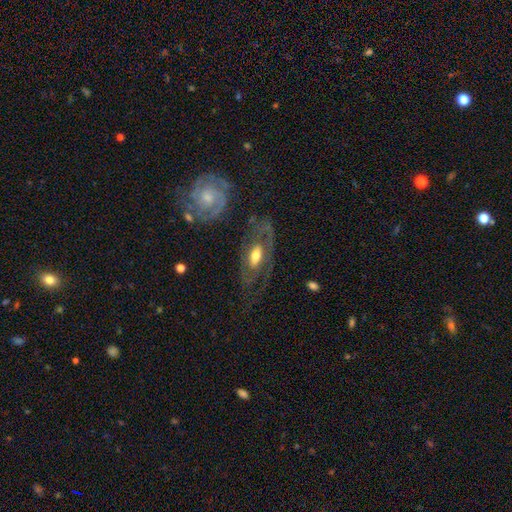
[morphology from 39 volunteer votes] A featured or disk galaxy (87%) with a weak bar (38%), 2 (80%) tight (50%) spiral arms (94%) and a moderate central bulge (66%). Merging: none (74%).